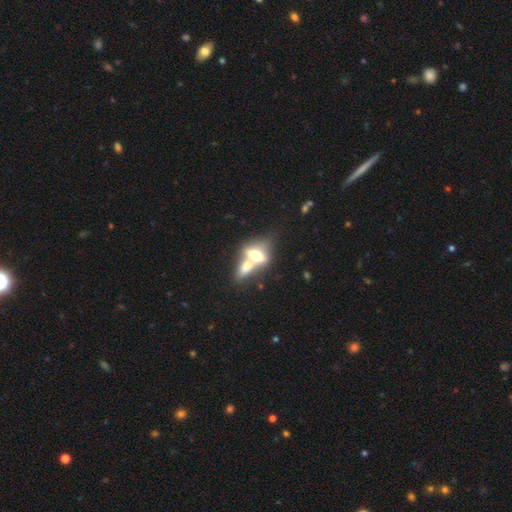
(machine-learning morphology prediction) type=smooth (50%); roundness=in between (68%); merging=merger (70%).